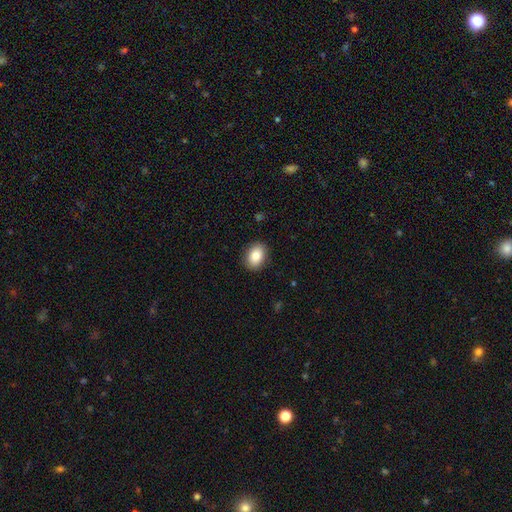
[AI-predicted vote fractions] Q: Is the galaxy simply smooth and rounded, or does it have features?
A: smooth — 86%.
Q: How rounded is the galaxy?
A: in between — 76%.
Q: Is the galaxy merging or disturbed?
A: none — 88%.